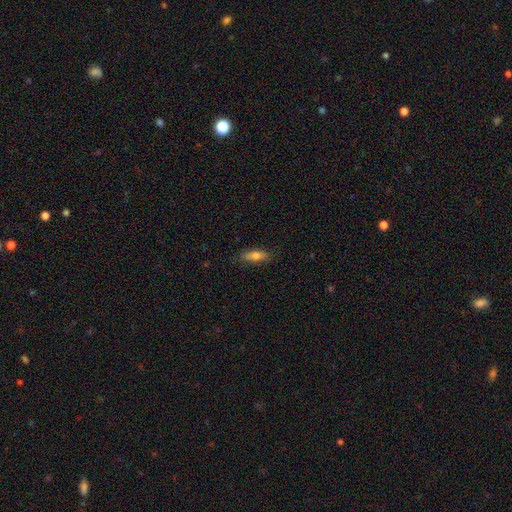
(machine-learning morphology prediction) Smooth or featured? smooth (70%)
How rounded? in between (51%)
Merging? none (83%)